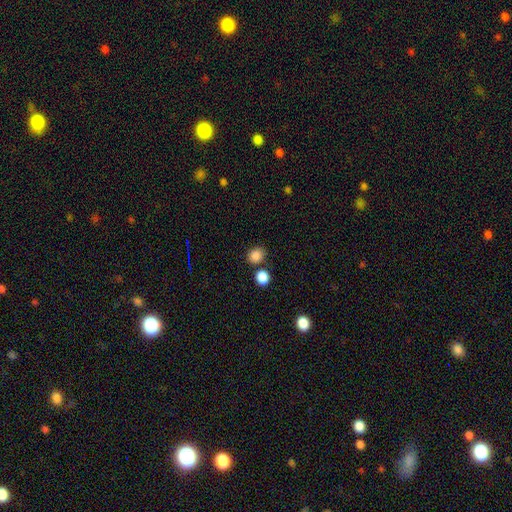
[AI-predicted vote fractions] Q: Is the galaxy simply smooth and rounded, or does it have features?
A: smooth — 84%.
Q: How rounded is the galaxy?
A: round — 61%.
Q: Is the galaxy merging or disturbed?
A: none — 74%.